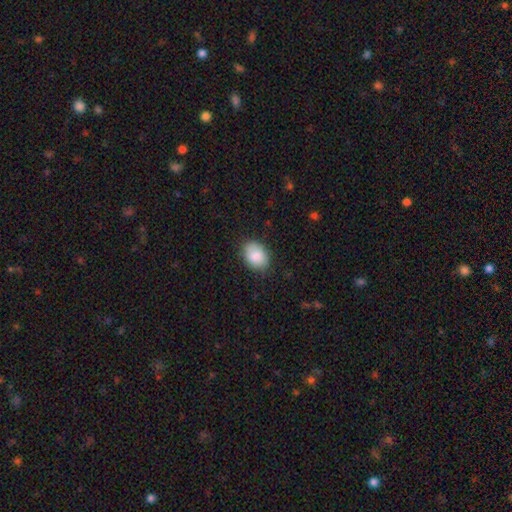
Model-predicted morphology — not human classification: This appears to be a smooth galaxy with no disk features (87%) that is in between round and cigar-shaped (75%). Merging: none (81%).